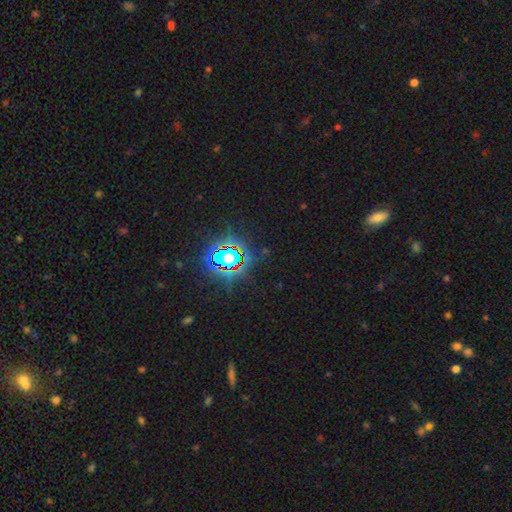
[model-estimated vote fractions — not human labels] star or artifact 79%, smooth 13%, featured or disk 8%.